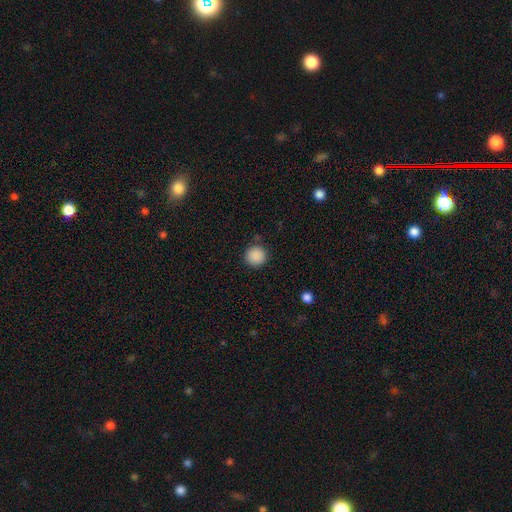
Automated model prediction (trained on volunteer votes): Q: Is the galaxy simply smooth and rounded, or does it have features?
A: smooth — 89%.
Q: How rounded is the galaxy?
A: round — 95%.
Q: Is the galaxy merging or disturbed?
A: none — 88%.